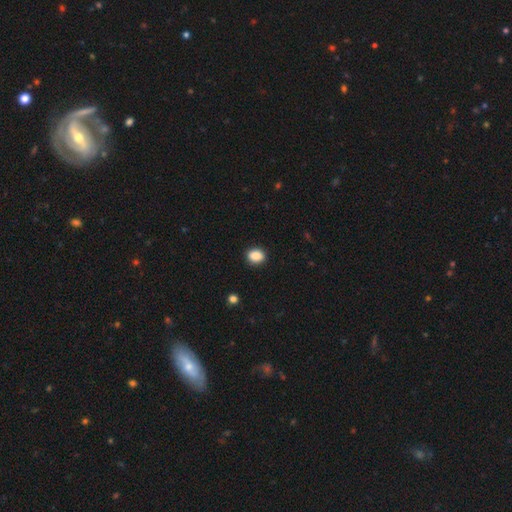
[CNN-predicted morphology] A smooth galaxy with no disk features (88%) that is in between round and cigar-shaped (53%).

Vote fractions:
- Smooth or featured? smooth: 88% / star or artifact: 9% / featured or disk: 3%
- How rounded? in between: 53% / round: 46% / cigar-shaped: 1%
- Merging? none: 89% / minor disturbance: 8% / major disturbance: 2% / merger: 1%